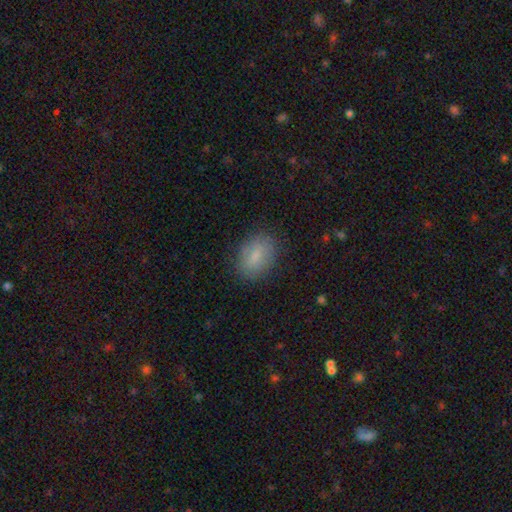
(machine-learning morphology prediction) Smooth or featured?
  - smooth: 79% *
  - featured or disk: 14%
  - star or artifact: 8%
How rounded?
  - in between: 83% *
  - round: 15%
  - cigar-shaped: 2%
Merging?
  - none: 84% *
  - minor disturbance: 12%
  - major disturbance: 3%
  - merger: 1%